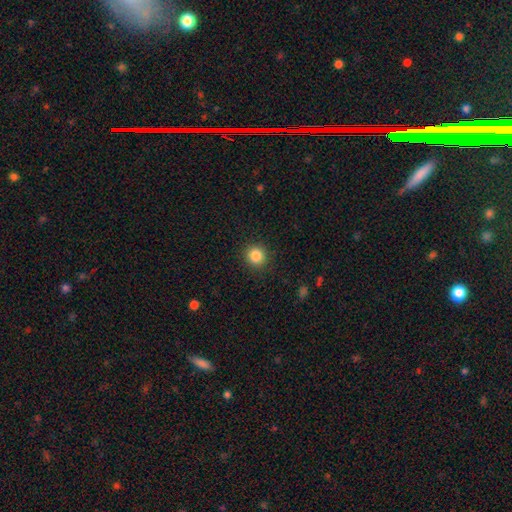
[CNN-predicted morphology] Overall: smooth (85%). How rounded: round (91%). Merging: none (91%).